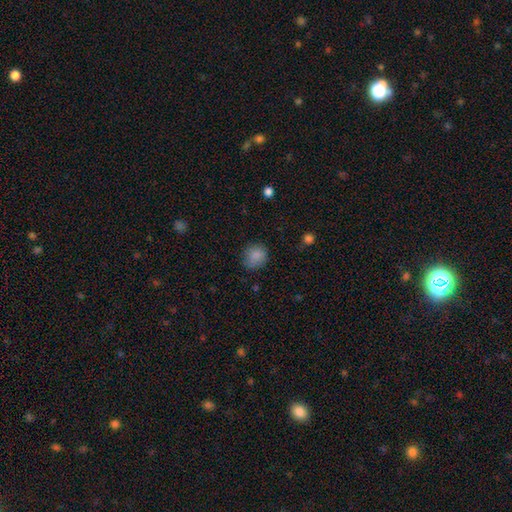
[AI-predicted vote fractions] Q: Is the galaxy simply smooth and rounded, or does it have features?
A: smooth — 85%.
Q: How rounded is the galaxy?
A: round — 77%.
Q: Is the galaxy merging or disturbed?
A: none — 76%.